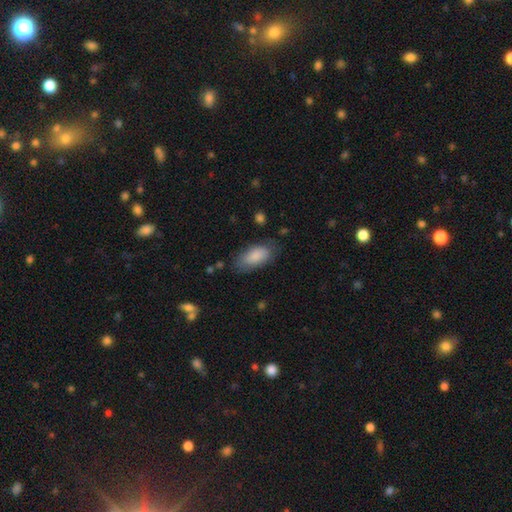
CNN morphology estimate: Smooth or featured? Predicted: smooth (p=0.86). How rounded? Predicted: in between (p=0.91). Merging? Predicted: none (p=0.74).